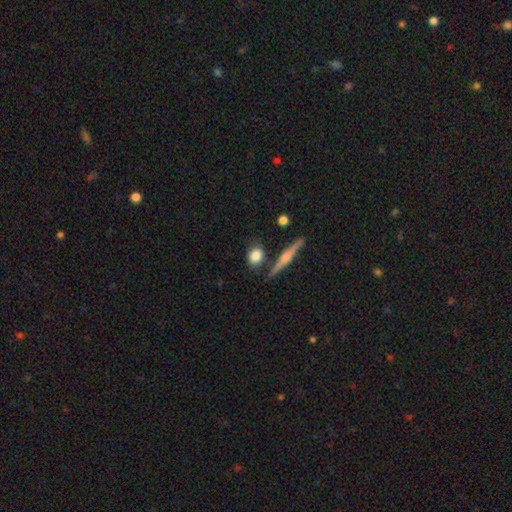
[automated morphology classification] A smooth galaxy with no disk features (79%) that is round (55%).

Vote fractions:
- Smooth or featured? smooth: 79% / featured or disk: 14% / star or artifact: 8%
- How rounded? round: 55% / in between: 38% / cigar-shaped: 7%
- Merging? none: 71% / minor disturbance: 16% / merger: 9% / major disturbance: 5%